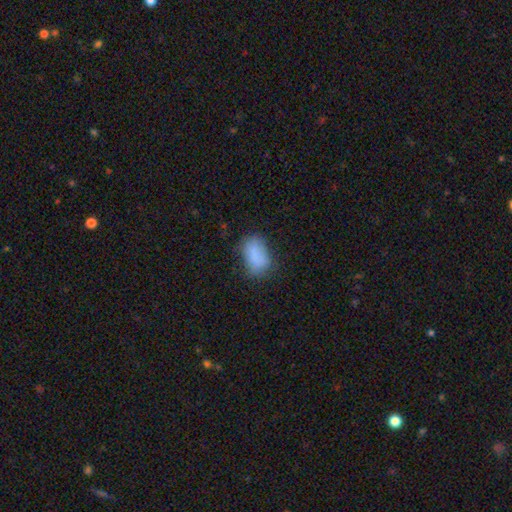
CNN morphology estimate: Smooth or featured: smooth — 83% (star or artifact — 9%)
How rounded: in between — 88% (round — 10%)
Merging: none — 61% (minor disturbance — 27%)